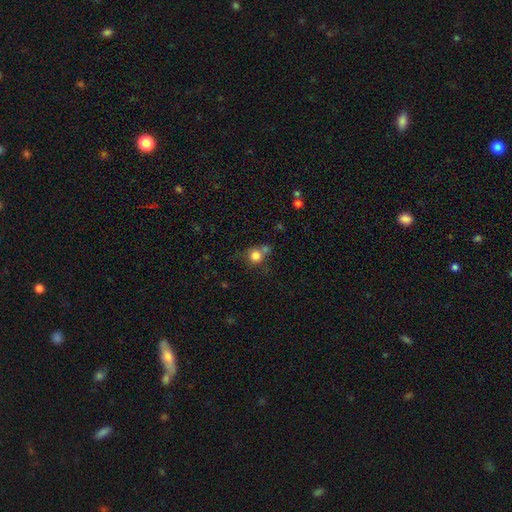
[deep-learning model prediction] smooth_or_featured: smooth (p=0.79) [alt: star or artifact p=0.12]
how_rounded: round (p=0.88) [alt: in between p=0.11]
merging: none (p=0.53) [alt: merger p=0.30]